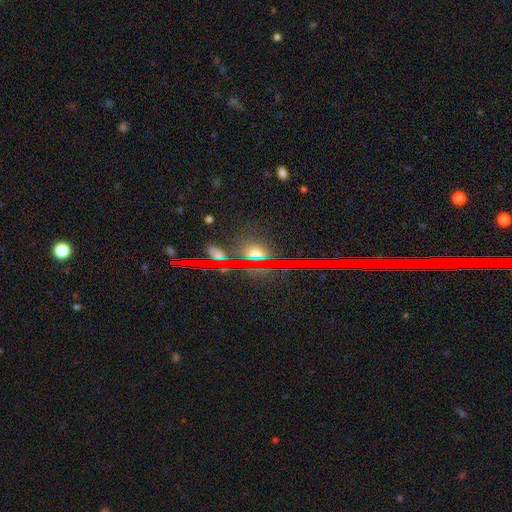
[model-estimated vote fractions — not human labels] A star or artifact, not a galaxy (61%).